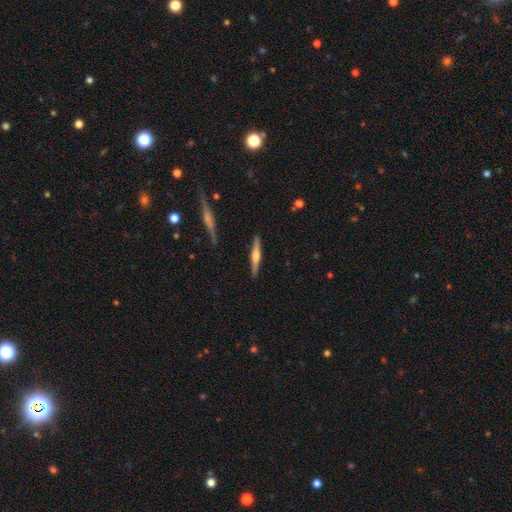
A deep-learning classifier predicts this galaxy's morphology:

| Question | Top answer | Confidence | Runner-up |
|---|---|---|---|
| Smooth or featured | featured or disk | 64% | smooth (30%) |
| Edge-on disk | yes | 98% | no (2%) |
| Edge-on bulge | rounded | 81% | boxy (12%) |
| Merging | none | 89% | minor disturbance (8%) |